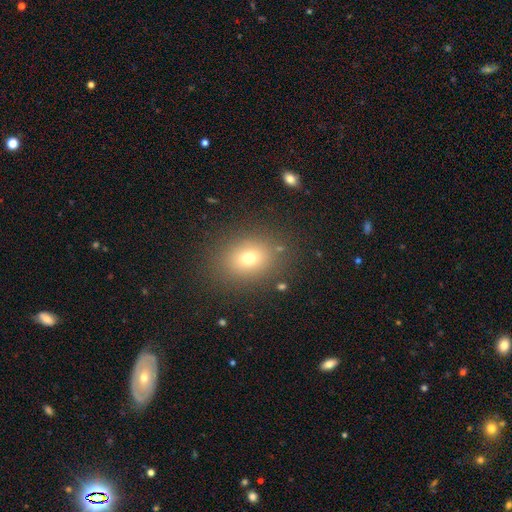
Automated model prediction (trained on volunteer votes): smooth_or_featured: smooth (p=0.69) [alt: star or artifact p=0.19]
how_rounded: in between (p=0.56) [alt: round p=0.42]
merging: none (p=0.87) [alt: minor disturbance p=0.08]